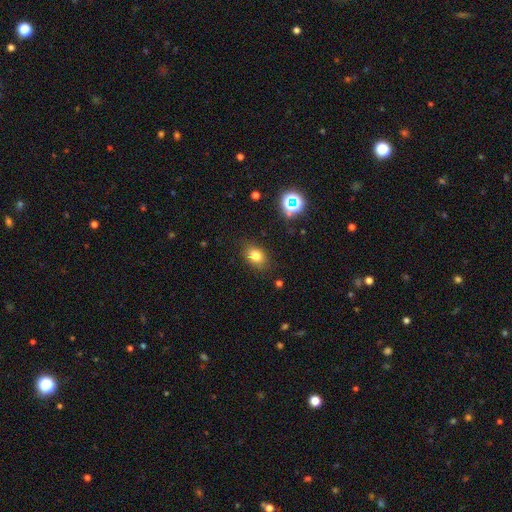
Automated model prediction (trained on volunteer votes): Morphology: type=smooth (78%); roundness=in between (68%); merging=none (84%).